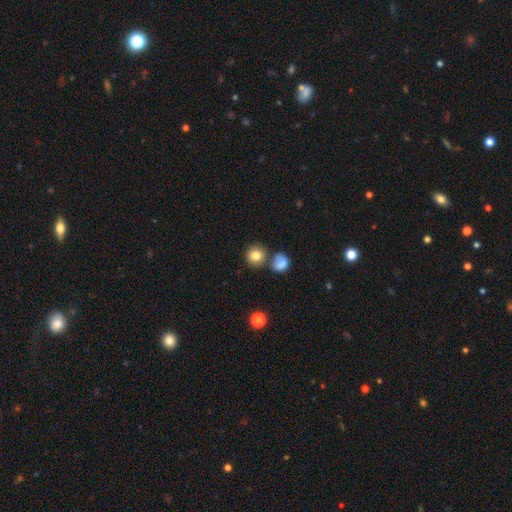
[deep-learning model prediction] smooth_or_featured: smooth (p=0.82) [alt: star or artifact p=0.10]
how_rounded: round (p=0.86) [alt: in between p=0.13]
merging: none (p=0.70) [alt: merger p=0.16]